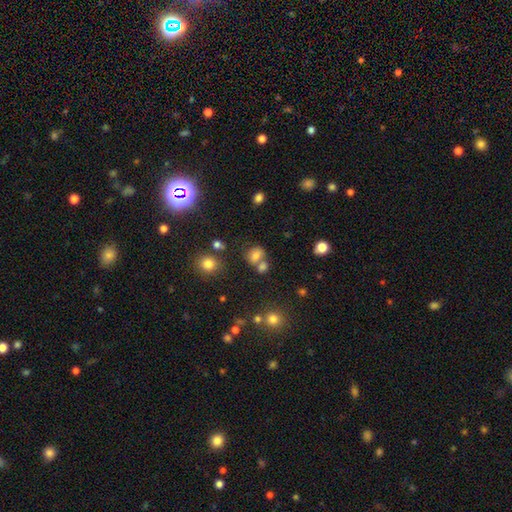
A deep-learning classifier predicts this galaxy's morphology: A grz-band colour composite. It shows a smooth galaxy with no disk features (71%) that is round (51%). Merging: none (43%).